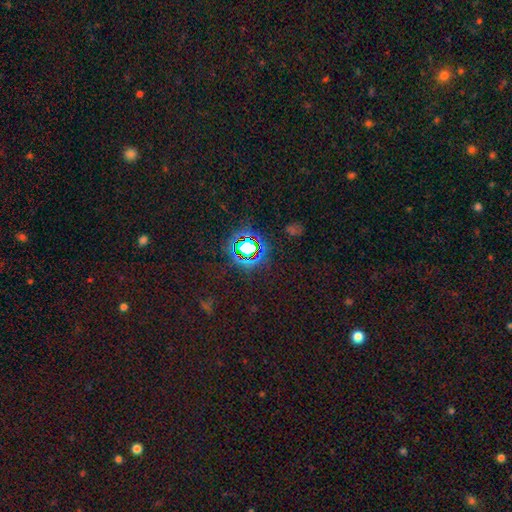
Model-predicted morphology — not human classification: Smooth or featured? Predicted: star or artifact (p=0.78).